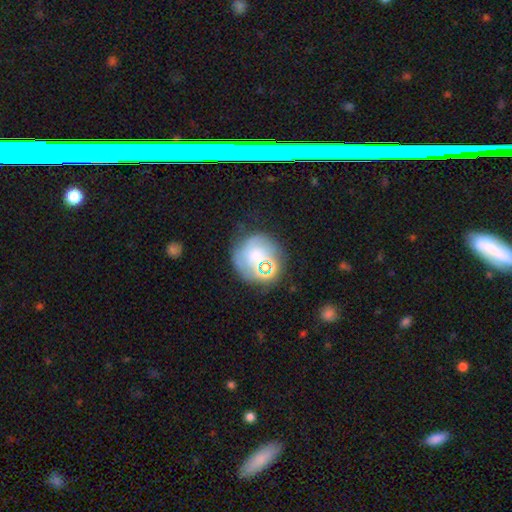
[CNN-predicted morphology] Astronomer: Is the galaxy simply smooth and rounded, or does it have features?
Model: smooth — 47% (runner-up: featured or disk, 35%).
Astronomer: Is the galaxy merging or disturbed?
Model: none — 51%.